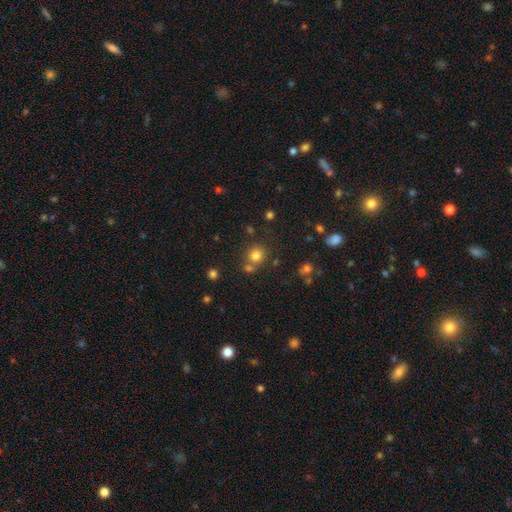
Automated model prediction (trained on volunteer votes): This is likely a smooth galaxy (78%). How rounded: clearly round (88%). Merging: likely none (65%).